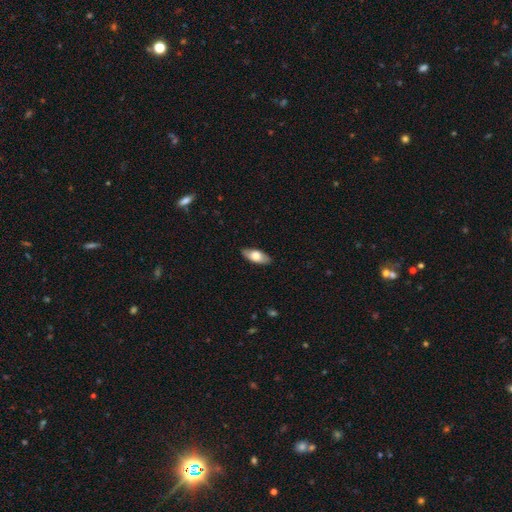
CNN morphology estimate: smooth-or-featured: smooth: 69% | featured or disk: 25% | star or artifact: 6%
  how-rounded: in between: 86% | cigar-shaped: 12% | round: 3%
  merging: none: 86% | minor disturbance: 11% | major disturbance: 2% | merger: 1%